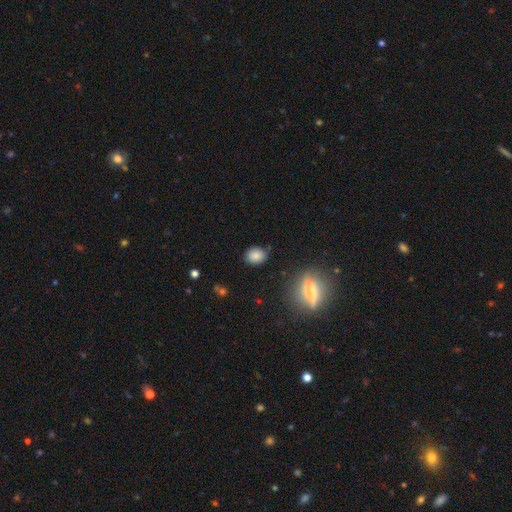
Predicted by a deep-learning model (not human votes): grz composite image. It shows a smooth galaxy with no disk features (83%) that is in between round and cigar-shaped (55%). Merging: none (79%).